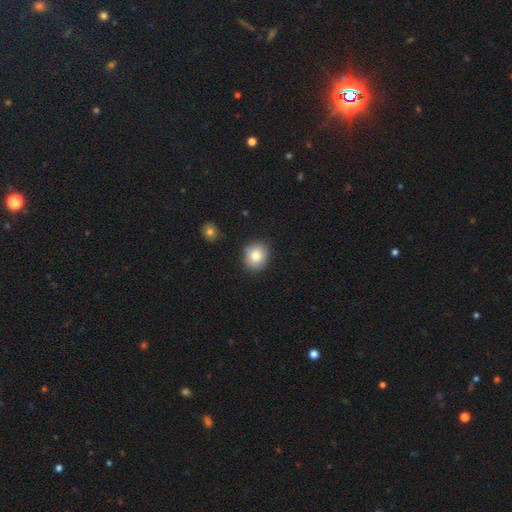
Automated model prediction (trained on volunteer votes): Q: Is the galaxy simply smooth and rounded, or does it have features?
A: smooth — 81%.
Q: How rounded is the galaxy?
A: round — 69%.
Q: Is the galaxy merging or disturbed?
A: none — 85%.